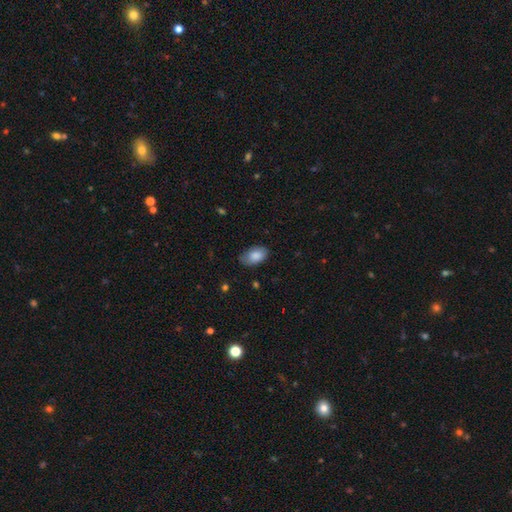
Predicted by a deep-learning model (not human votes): smooth 84%, featured or disk 9%, star or artifact 6%. Down the decision tree: how rounded — in between (93%); merging — none (74%).